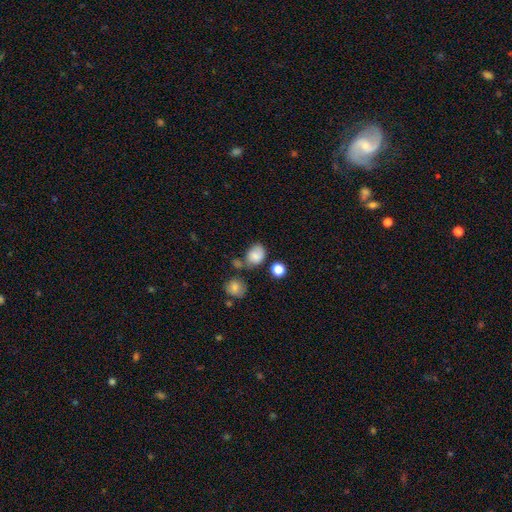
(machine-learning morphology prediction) A smooth galaxy with no disk features (80%) that is in between round and cigar-shaped (58%).

Vote fractions:
- Smooth or featured? smooth: 80% / featured or disk: 11% / star or artifact: 10%
- How rounded? in between: 58% / round: 41% / cigar-shaped: 1%
- Merging? none: 53% / minor disturbance: 25% / merger: 14% / major disturbance: 9%